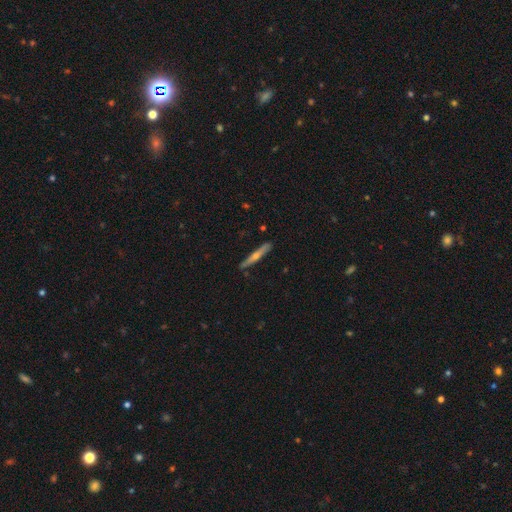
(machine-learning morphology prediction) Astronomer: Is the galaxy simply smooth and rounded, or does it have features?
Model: featured or disk — 62%.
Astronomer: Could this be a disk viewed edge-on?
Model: yes — 96%.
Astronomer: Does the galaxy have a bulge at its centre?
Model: rounded — 82%.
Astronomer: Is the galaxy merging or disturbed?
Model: none — 88%.